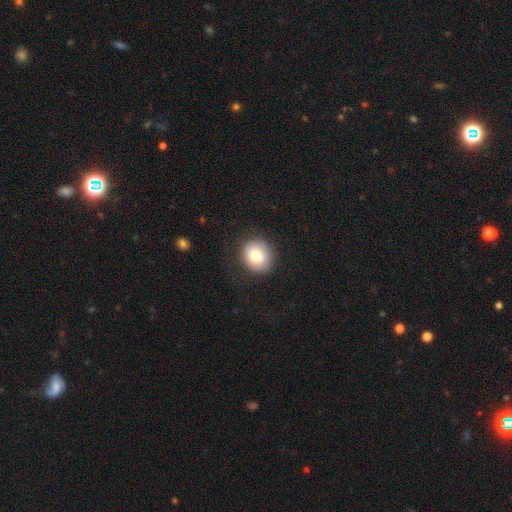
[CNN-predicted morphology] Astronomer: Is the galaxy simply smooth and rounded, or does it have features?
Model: smooth — 78%.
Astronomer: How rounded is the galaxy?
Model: round — 76%.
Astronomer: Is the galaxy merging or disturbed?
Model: none — 80%.